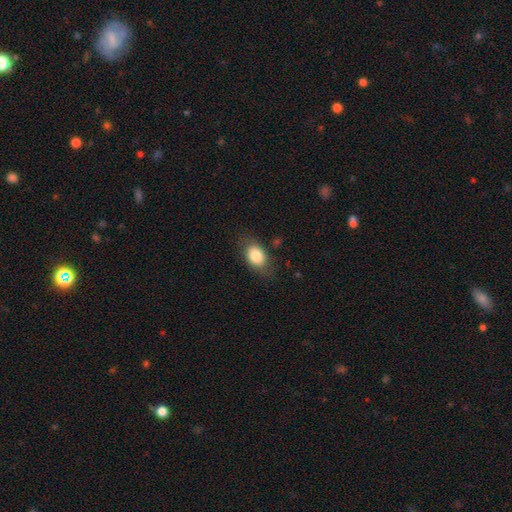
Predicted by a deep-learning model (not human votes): Smooth or featured?
  - smooth: 82% *
  - featured or disk: 10%
  - star or artifact: 8%
How rounded?
  - in between: 78% *
  - round: 20%
  - cigar-shaped: 2%
Merging?
  - none: 76% *
  - minor disturbance: 17%
  - major disturbance: 6%
  - merger: 1%